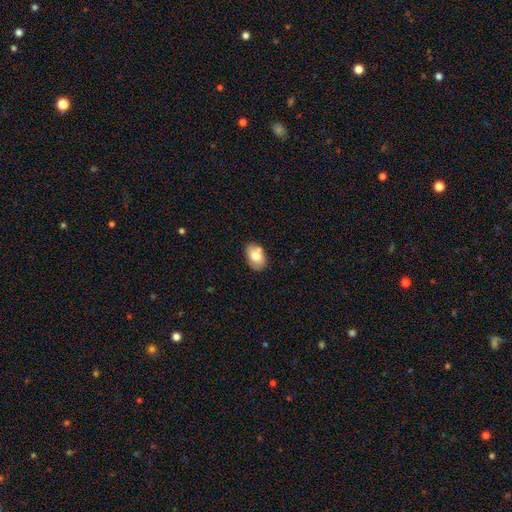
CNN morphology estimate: Smooth or featured? smooth (75%)
How rounded? in between (84%)
Merging? none (72%)